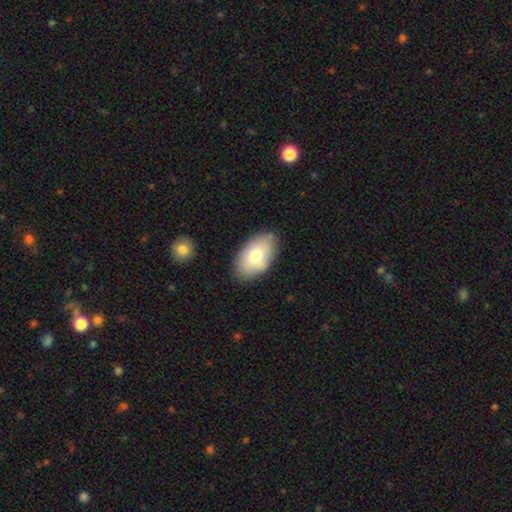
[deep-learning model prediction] Smooth or featured? smooth (75%)
How rounded? in between (94%)
Merging? none (82%)